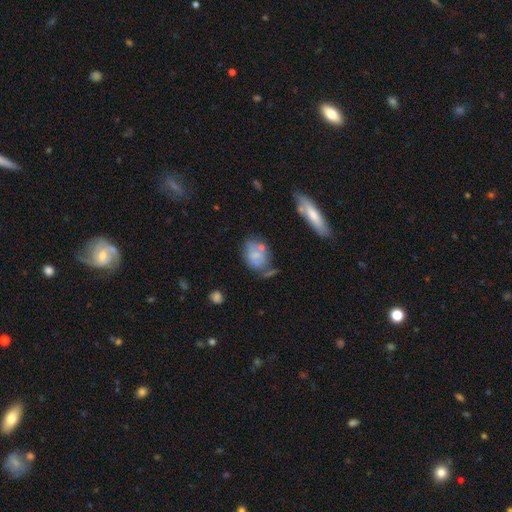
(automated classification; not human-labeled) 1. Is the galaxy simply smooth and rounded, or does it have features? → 55% smooth, 35% featured or disk, 10% star or artifact.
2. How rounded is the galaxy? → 69% in between, 29% round, 2% cigar-shaped.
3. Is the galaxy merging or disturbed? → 39% none, 26% minor disturbance, 18% merger, 16% major disturbance.